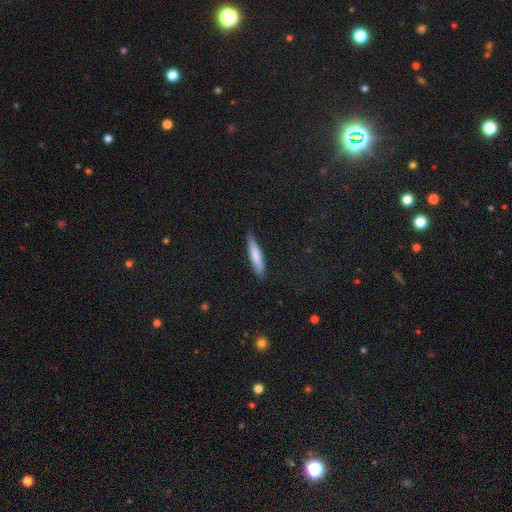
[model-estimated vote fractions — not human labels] smooth_or_featured: smooth (p=0.76) [alt: featured or disk p=0.18]
how_rounded: cigar-shaped (p=0.84) [alt: in between p=0.15]
merging: none (p=0.73) [alt: minor disturbance p=0.22]